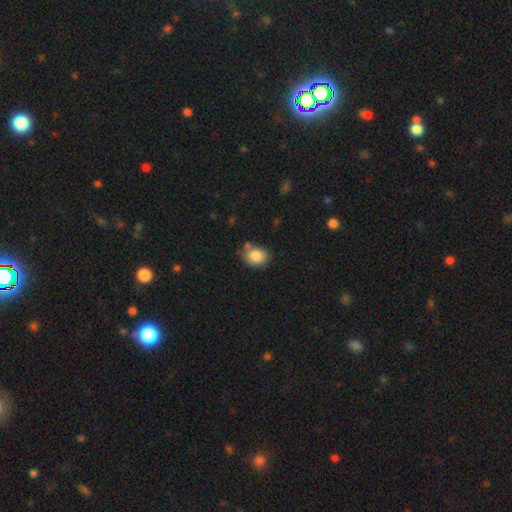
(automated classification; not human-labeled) This is clearly a smooth galaxy (86%). How rounded: possibly in between (53%). Merging: likely none (71%).